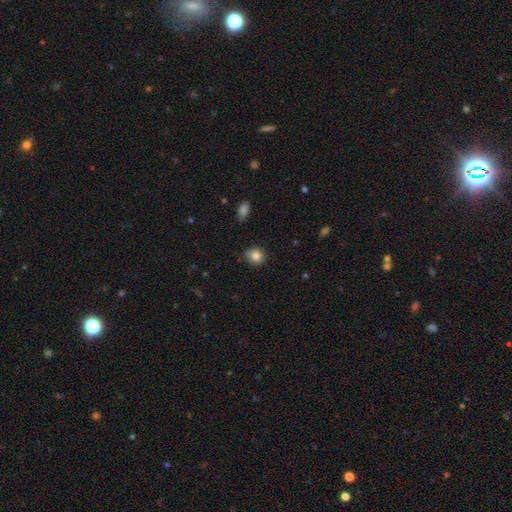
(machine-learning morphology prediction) A smooth galaxy with no disk features (84%) that is round (83%). Merging: none (70%).